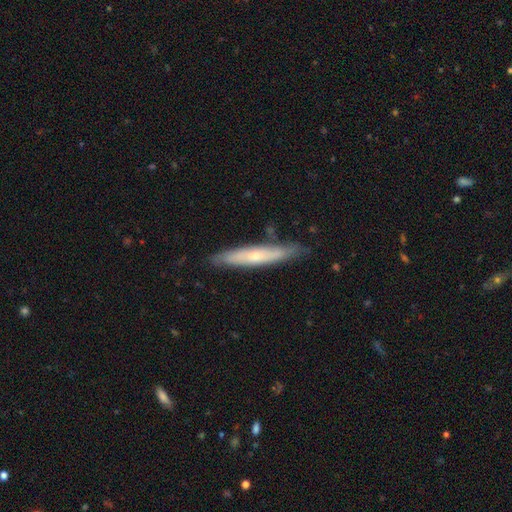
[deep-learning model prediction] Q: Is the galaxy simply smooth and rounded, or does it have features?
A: featured or disk — 50%.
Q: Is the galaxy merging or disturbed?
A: none — 79%.